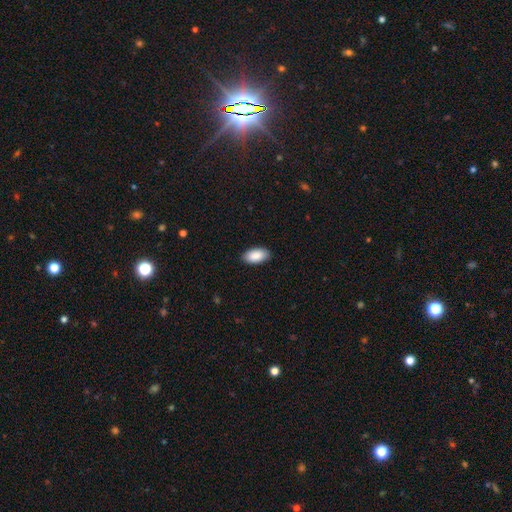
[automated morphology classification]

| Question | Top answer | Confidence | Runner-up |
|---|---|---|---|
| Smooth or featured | smooth | 89% | star or artifact (6%) |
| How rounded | in between | 95% | cigar-shaped (3%) |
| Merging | none | 89% | minor disturbance (9%) |